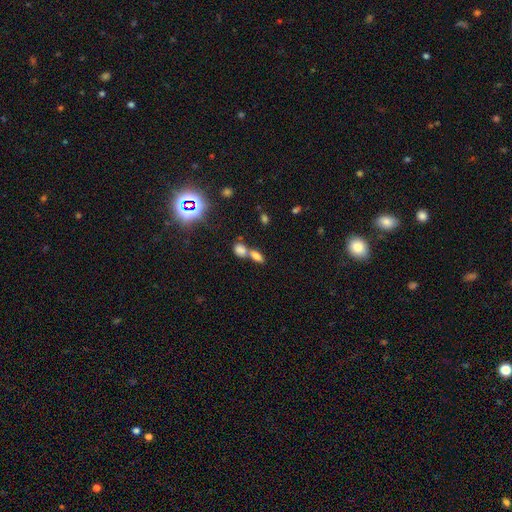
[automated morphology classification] Smooth or featured?
  - smooth: 74% *
  - star or artifact: 15%
  - featured or disk: 11%
How rounded?
  - in between: 79% *
  - cigar-shaped: 11%
  - round: 10%
Merging?
  - merger: 57% *
  - none: 31%
  - minor disturbance: 7%
  - major disturbance: 4%